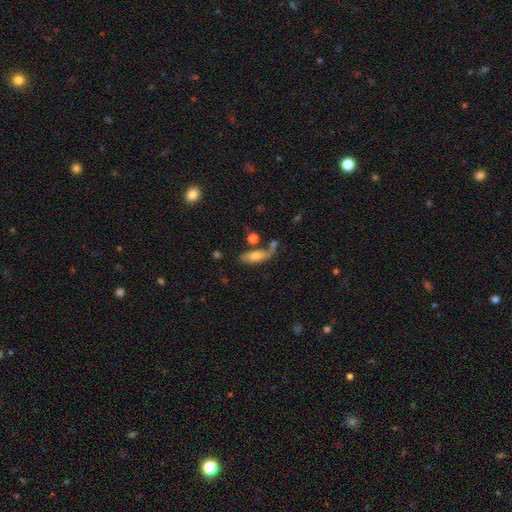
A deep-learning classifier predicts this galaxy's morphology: Overall: smooth (61%; featured or disk 30%). How rounded: in between (60%; cigar-shaped 36%). Merging: none (50%; minor disturbance 20%).